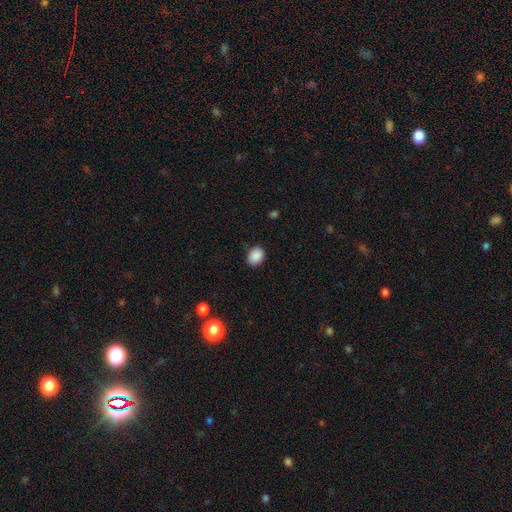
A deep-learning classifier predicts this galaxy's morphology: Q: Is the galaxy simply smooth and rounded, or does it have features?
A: smooth — 89%.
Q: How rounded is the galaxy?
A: in between — 60%.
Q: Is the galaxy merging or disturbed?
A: none — 87%.